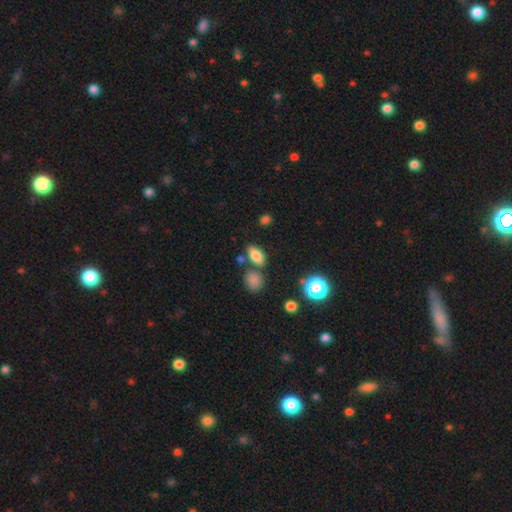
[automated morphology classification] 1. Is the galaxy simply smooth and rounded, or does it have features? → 77% smooth, 13% star or artifact, 10% featured or disk.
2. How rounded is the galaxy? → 83% in between, 11% round, 6% cigar-shaped.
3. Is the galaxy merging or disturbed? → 71% none, 13% minor disturbance, 12% merger, 4% major disturbance.